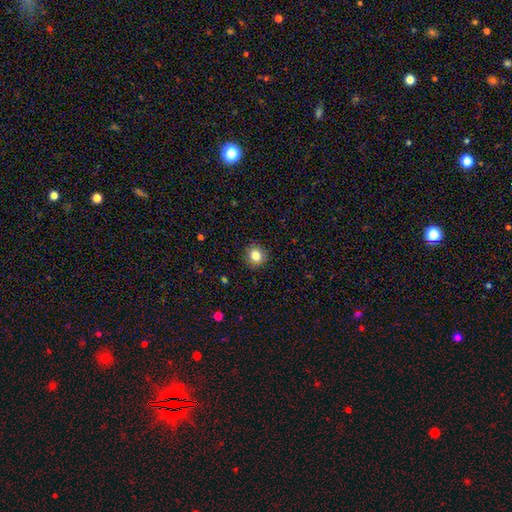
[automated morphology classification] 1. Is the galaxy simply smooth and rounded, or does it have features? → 83% smooth, 11% star or artifact, 6% featured or disk.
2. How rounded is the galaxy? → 86% round, 13% in between, 1% cigar-shaped.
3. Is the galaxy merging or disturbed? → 89% none, 8% minor disturbance, 2% major disturbance, 1% merger.